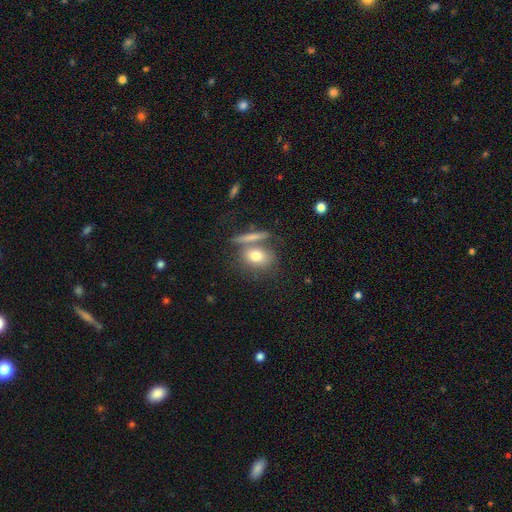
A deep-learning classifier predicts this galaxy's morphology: Overall: smooth (74%). How rounded: in between (55%; round 37%). Merging: none (53%; merger 29%).